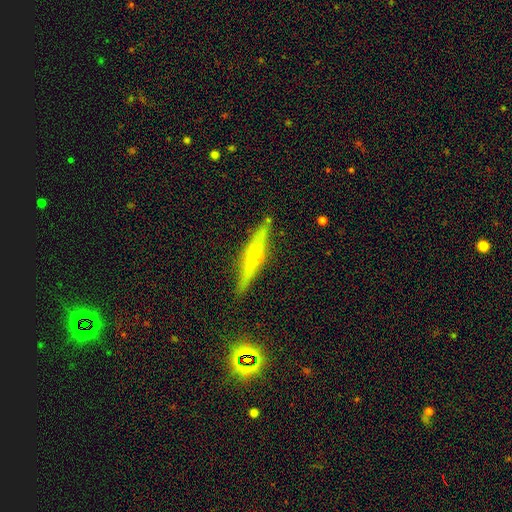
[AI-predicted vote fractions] Smooth or featured?
  - featured or disk: 65% *
  - smooth: 25%
  - star or artifact: 10%
Edge-on disk?
  - yes: 94% *
  - no: 6%
Edge-on bulge?
  - rounded: 80% *
  - none: 16%
  - boxy: 4%
Merging?
  - none: 85% *
  - minor disturbance: 10%
  - merger: 2%
  - major disturbance: 2%